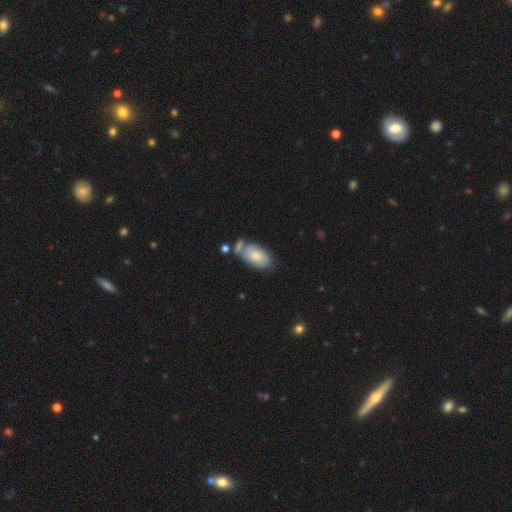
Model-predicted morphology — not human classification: A smooth galaxy with no disk features (67%) that is in between round and cigar-shaped (93%).

Vote fractions:
- Smooth or featured? smooth: 67% / featured or disk: 27% / star or artifact: 6%
- How rounded? in between: 93% / round: 5% / cigar-shaped: 2%
- Merging? none: 49% / minor disturbance: 23% / merger: 20% / major disturbance: 9%